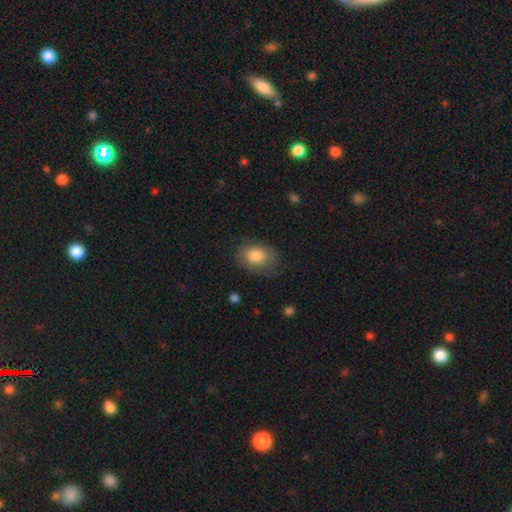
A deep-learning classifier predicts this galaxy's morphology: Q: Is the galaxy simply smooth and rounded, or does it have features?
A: smooth — 79%.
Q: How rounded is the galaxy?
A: in between — 78%.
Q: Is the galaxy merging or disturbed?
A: none — 64%.